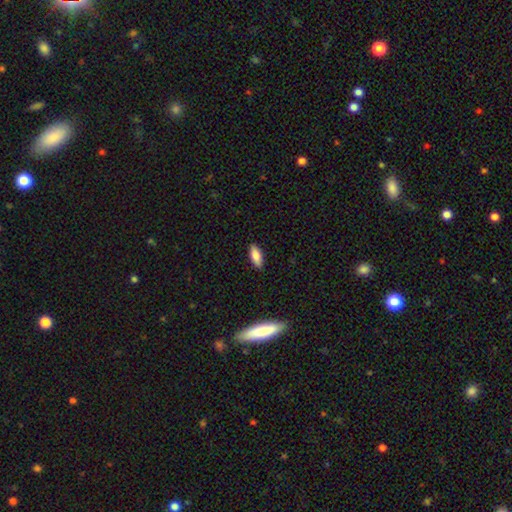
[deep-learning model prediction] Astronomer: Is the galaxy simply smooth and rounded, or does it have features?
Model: smooth — 82%.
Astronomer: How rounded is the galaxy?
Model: in between — 73%.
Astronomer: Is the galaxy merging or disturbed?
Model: none — 89%.